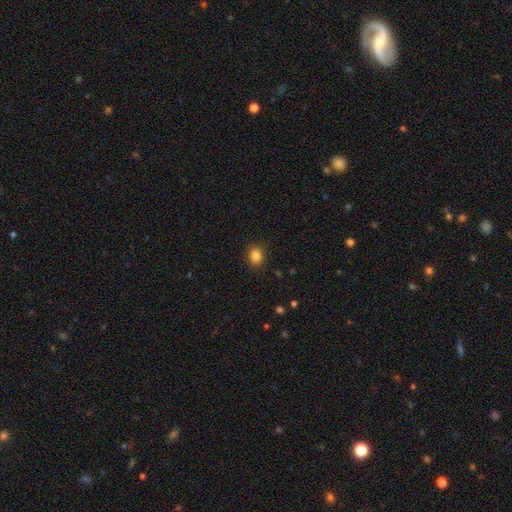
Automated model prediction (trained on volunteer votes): This appears to be a smooth galaxy with no disk features (85%) that is round (55%). Merging: none (89%).